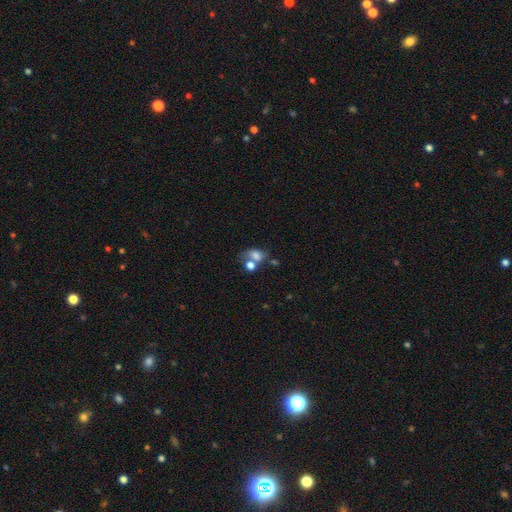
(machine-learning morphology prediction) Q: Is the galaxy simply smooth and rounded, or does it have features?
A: smooth — 68%.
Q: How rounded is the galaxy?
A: in between — 68%.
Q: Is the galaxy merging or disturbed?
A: merger — 48%.